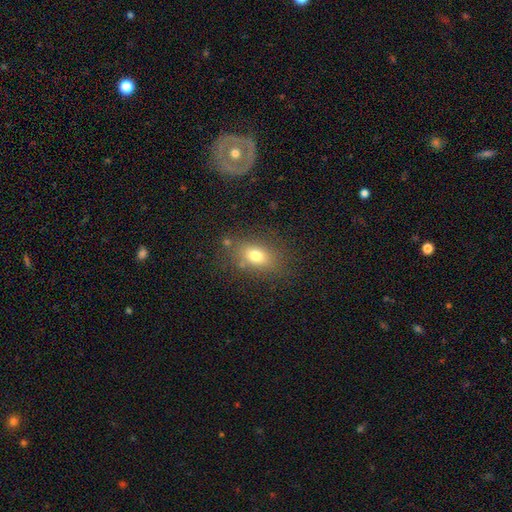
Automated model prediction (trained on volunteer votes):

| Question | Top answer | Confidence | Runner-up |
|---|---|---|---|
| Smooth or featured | smooth | 75% | featured or disk (13%) |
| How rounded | in between | 77% | round (19%) |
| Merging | none | 77% | minor disturbance (14%) |